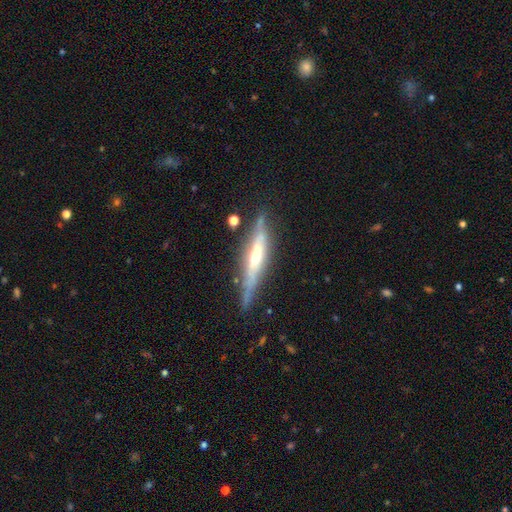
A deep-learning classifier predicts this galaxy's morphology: type=featured or disk (73%); edge-on=yes (88%); edge-on bulge=rounded (52%); merging=none (72%).